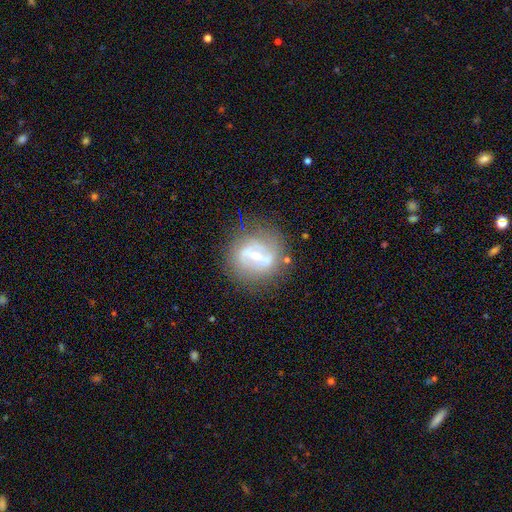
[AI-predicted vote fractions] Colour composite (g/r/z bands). It shows a featured or disk galaxy (75%) with a strong bar (62%), spiral arms (60%) and a small central bulge (58%). Merging: none (72%).